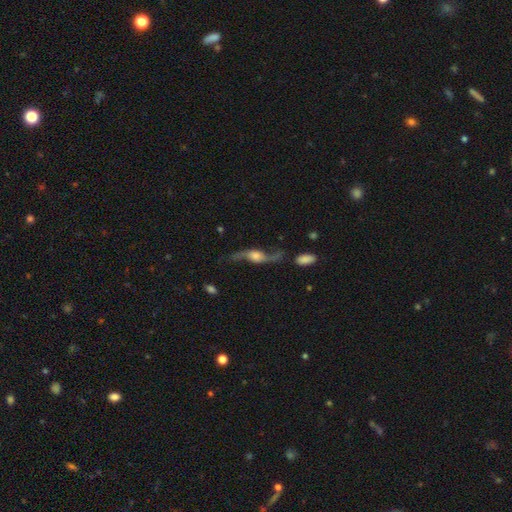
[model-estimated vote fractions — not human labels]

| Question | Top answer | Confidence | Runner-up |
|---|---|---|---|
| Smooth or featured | featured or disk | 84% | smooth (10%) |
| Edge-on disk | no | 74% | yes (26%) |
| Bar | no | 63% | weak (28%) |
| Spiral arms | yes | 94% | no (6%) |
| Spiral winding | loose | 93% | medium (5%) |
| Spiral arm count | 2 | 93% | 1 (2%) |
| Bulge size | moderate | 43% | large (27%) |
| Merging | none | 66% | minor disturbance (17%) |